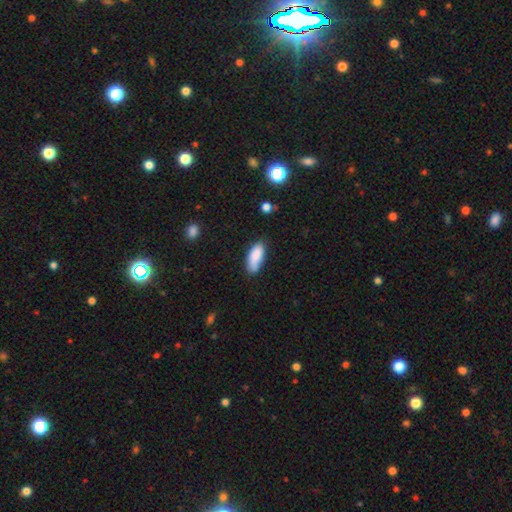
smooth_or_featured: smooth (p=0.94) [alt: featured or disk p=0.06]
how_rounded: in between (p=0.85) [alt: cigar-shaped p=0.12]
merging: minor disturbance (p=0.53) [alt: none p=0.39]